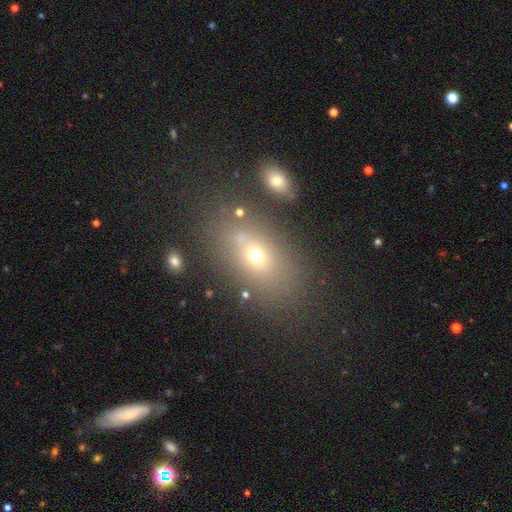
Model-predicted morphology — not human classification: This is likely a smooth galaxy (63%). How rounded: likely in between (75%). Merging: likely none (69%).